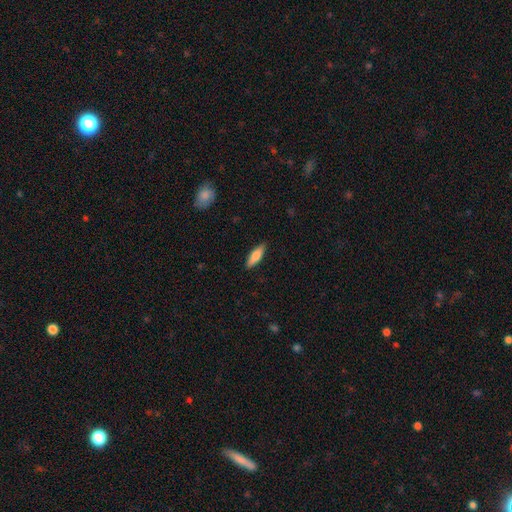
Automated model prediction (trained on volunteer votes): smooth-or-featured: smooth: 75% | featured or disk: 19% | star or artifact: 6%
  how-rounded: cigar-shaped: 51% | in between: 47% | round: 2%
  merging: none: 88% | minor disturbance: 9% | major disturbance: 2% | merger: 1%